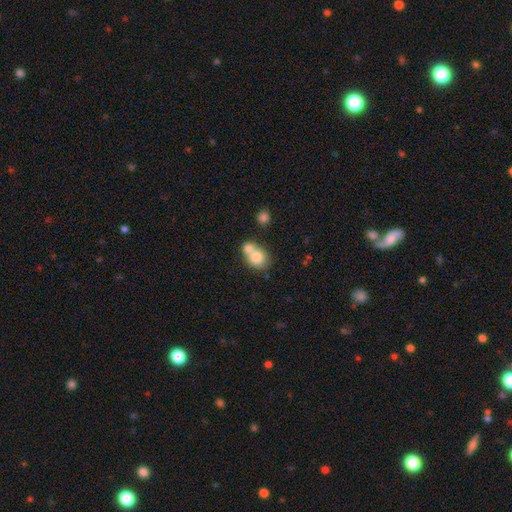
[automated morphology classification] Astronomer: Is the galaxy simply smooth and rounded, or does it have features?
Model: smooth — 75%.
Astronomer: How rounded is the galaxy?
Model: round — 69%.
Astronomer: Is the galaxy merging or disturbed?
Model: merger — 56% (runner-up: none, 34%).